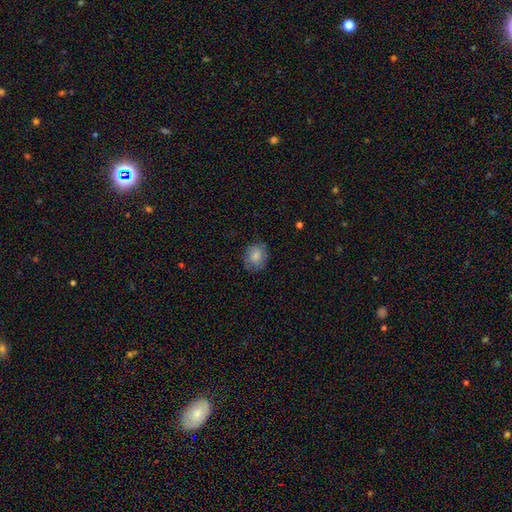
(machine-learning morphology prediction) Smooth or featured?
  - smooth: 84% *
  - featured or disk: 8%
  - star or artifact: 8%
How rounded?
  - round: 64% *
  - in between: 35%
  - cigar-shaped: 1%
Merging?
  - none: 78% *
  - minor disturbance: 17%
  - major disturbance: 4%
  - merger: 1%